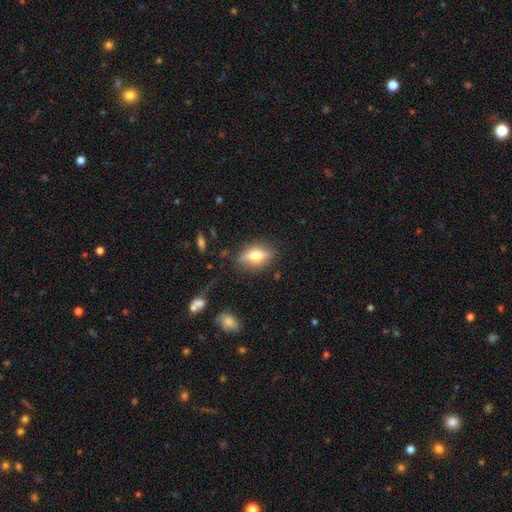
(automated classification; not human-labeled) This appears to be a smooth galaxy with no disk features (49%). Merging: none (78%).